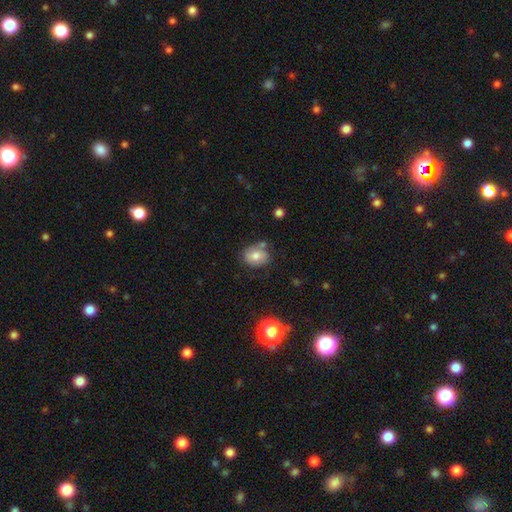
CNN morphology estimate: A smooth galaxy with no disk features (75%) that is in between round and cigar-shaped (51%).

Vote fractions:
- Smooth or featured? smooth: 75% / featured or disk: 15% / star or artifact: 10%
- How rounded? in between: 51% / round: 48% / cigar-shaped: 1%
- Merging? none: 66% / minor disturbance: 18% / merger: 12% / major disturbance: 5%